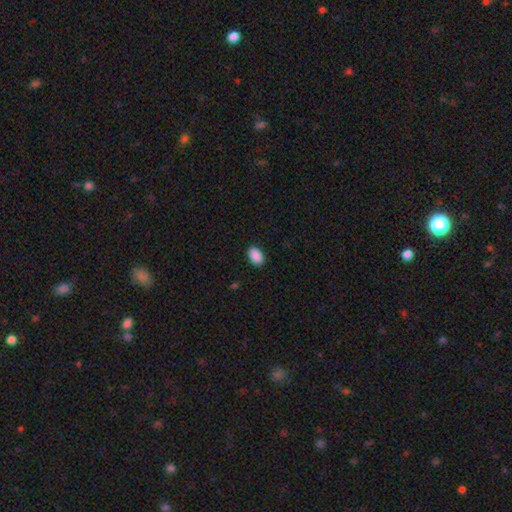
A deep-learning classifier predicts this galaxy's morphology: Smooth or featured?
  - smooth: 90% *
  - star or artifact: 7%
  - featured or disk: 2%
How rounded?
  - in between: 91% *
  - round: 8%
  - cigar-shaped: 1%
Merging?
  - none: 90% *
  - minor disturbance: 7%
  - major disturbance: 2%
  - merger: 1%